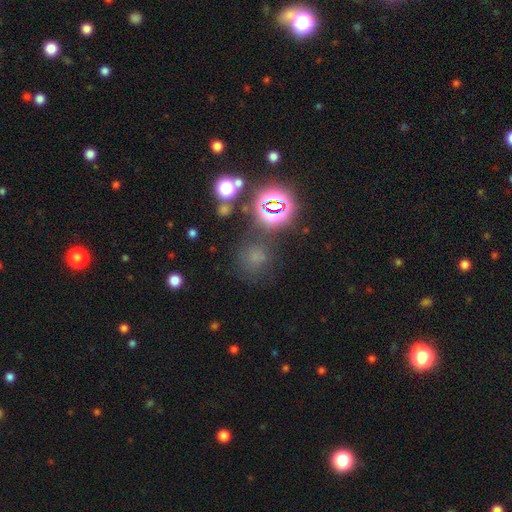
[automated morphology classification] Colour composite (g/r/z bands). It shows a smooth galaxy with no disk features (50%) that is round (89%). Merging: none (74%).